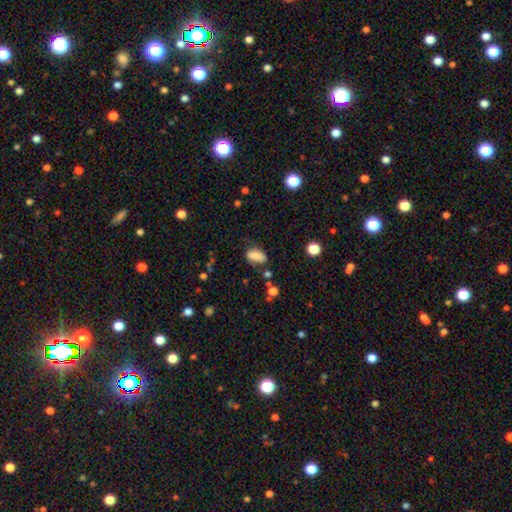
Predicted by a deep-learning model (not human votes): smooth 79%, star or artifact 11%, featured or disk 10%. Down the decision tree: how rounded — in between (85%); merging — none (54%).